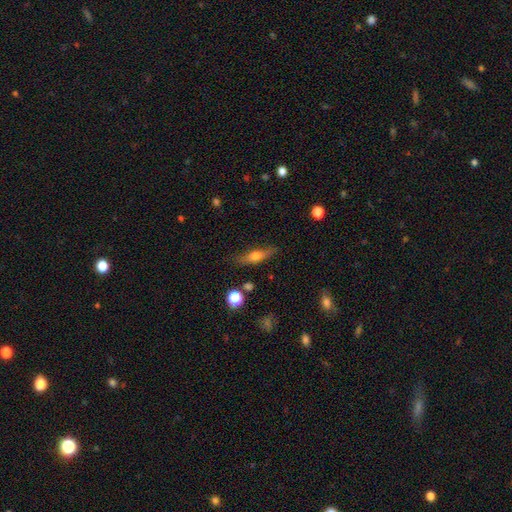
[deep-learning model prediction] The model was most divided on "smooth or featured": smooth: 53%, featured or disk: 38%, star or artifact: 8%. More confident: merging — none (79%); how rounded — cigar-shaped (58%).